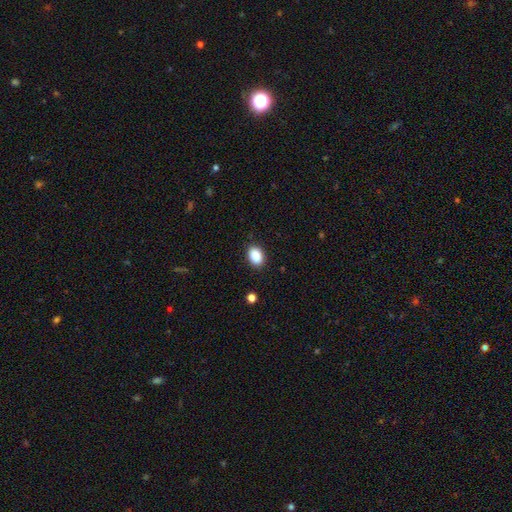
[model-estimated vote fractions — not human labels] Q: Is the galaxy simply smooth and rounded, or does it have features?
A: smooth — 89%.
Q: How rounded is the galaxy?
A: in between — 81%.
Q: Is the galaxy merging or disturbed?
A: none — 88%.